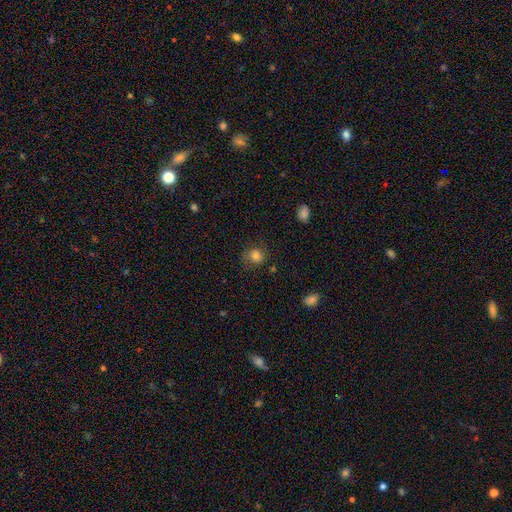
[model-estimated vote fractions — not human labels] A smooth galaxy with no disk features (77%) that is round (79%).

Vote fractions:
- Smooth or featured? smooth: 77% / featured or disk: 12% / star or artifact: 11%
- How rounded? round: 79% / in between: 20% / cigar-shaped: 1%
- Merging? none: 66% / minor disturbance: 21% / major disturbance: 11% / merger: 2%